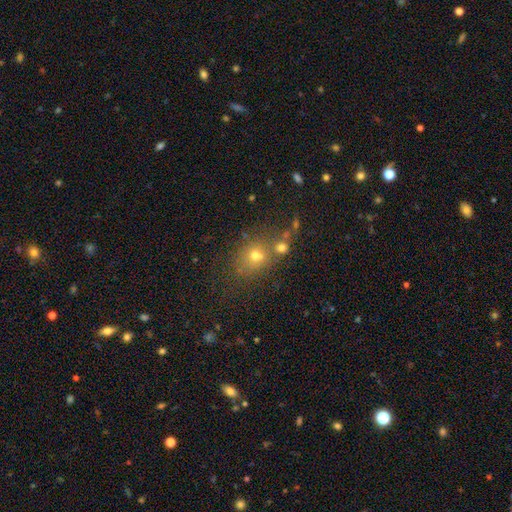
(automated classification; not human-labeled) This is likely a smooth galaxy (62%). How rounded: likely round (64%). Merging: possibly none (49%).